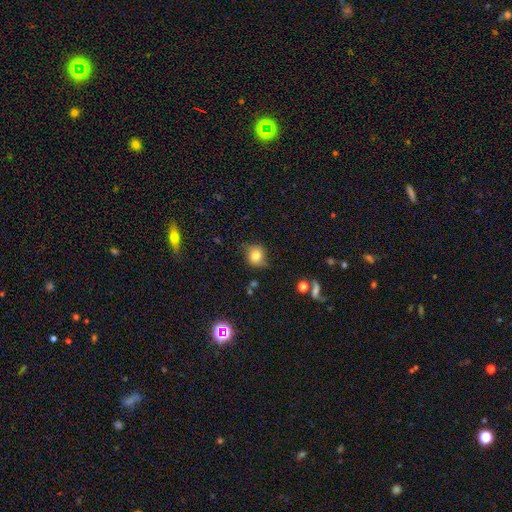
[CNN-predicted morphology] The model was most divided on "merging": none: 67%, minor disturbance: 24%, major disturbance: 7%, merger: 3%. More confident: smooth or featured — smooth (77%); how rounded — round (72%).